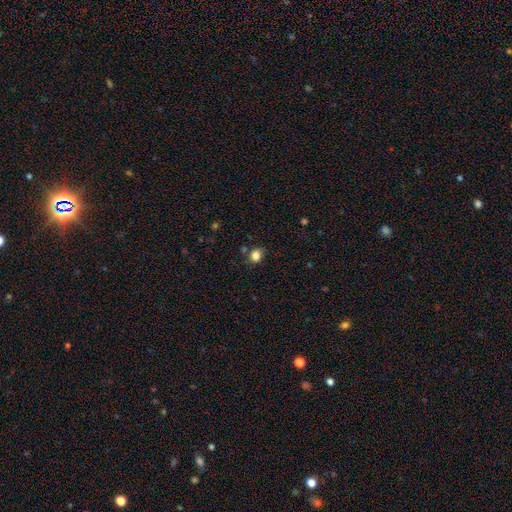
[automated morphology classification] Q: Smooth or featured?
A: smooth (83%); runner-up: star or artifact (12%)
Q: How rounded?
A: round (68%); runner-up: in between (31%)
Q: Merging?
A: none (75%); runner-up: minor disturbance (16%)